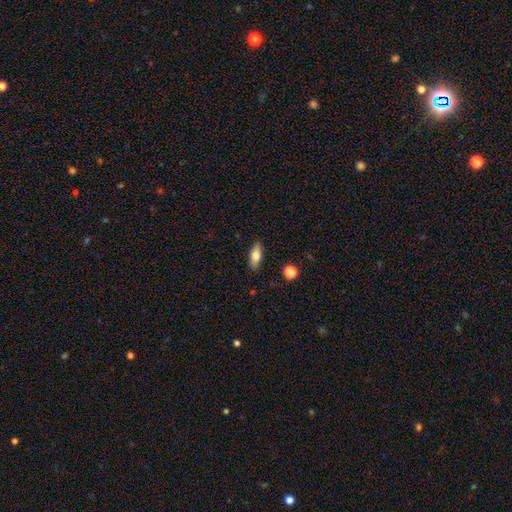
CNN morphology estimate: type=smooth (72%); roundness=in between (73%); merging=none (87%).